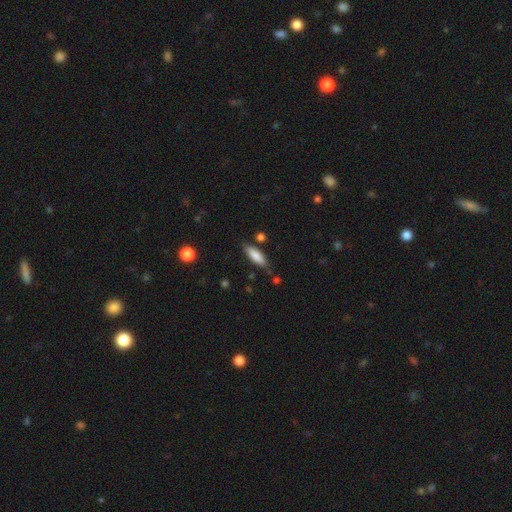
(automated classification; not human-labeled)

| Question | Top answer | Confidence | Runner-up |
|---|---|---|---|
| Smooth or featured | smooth | 82% | featured or disk (12%) |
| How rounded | in between | 50% | cigar-shaped (48%) |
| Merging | none | 79% | minor disturbance (14%) |